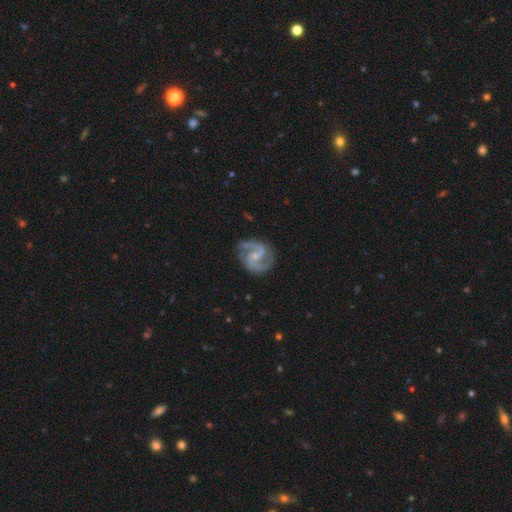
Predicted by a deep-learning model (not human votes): Smooth or featured?
  - featured or disk: 92% *
  - smooth: 4%
  - star or artifact: 4%
Edge-on disk?
  - no: 98% *
  - yes: 2%
Bar?
  - weak: 49% *
  - no: 38%
  - strong: 13%
Spiral arms?
  - yes: 98% *
  - no: 2%
Spiral winding?
  - medium: 63% *
  - tight: 23%
  - loose: 15%
Spiral arm count?
  - 2: 92% *
  - 3: 3%
  - can't tell: 2%
  - 1: 1%
  - 4: 1%
  - more than 4: 1%
Bulge size?
  - small: 62% *
  - moderate: 24%
  - none: 11%
  - large: 1%
  - dominant: 1%
Merging?
  - none: 79% *
  - minor disturbance: 15%
  - major disturbance: 5%
  - merger: 1%